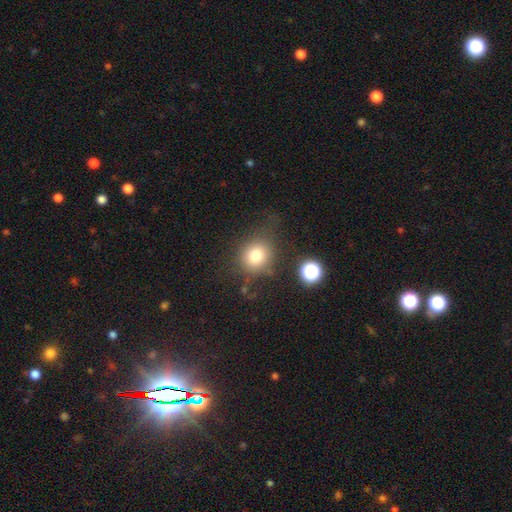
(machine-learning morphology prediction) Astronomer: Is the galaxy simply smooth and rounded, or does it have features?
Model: smooth — 77%.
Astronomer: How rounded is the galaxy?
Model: round — 82%.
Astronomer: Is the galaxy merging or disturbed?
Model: none — 72%.